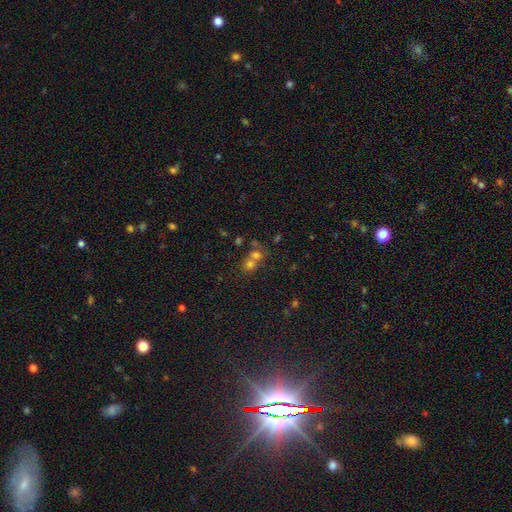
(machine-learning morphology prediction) Smooth or featured?
  - smooth: 59% *
  - star or artifact: 25%
  - featured or disk: 16%
How rounded?
  - round: 72% *
  - in between: 26%
  - cigar-shaped: 1%
Merging?
  - merger: 57% *
  - none: 34%
  - minor disturbance: 6%
  - major disturbance: 4%